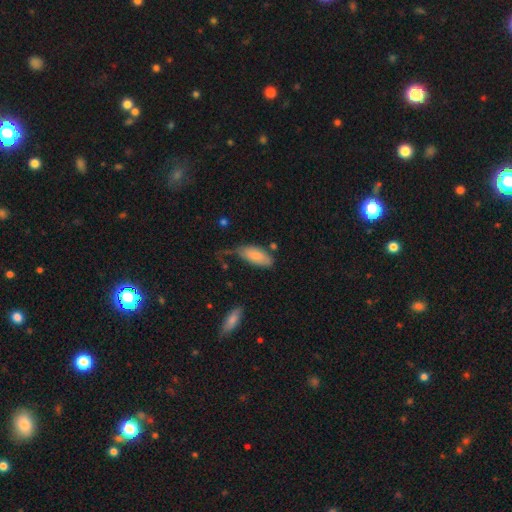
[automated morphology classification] smooth 81%, featured or disk 13%, star or artifact 6%. Down the decision tree: how rounded — in between (88%); merging — none (44%).